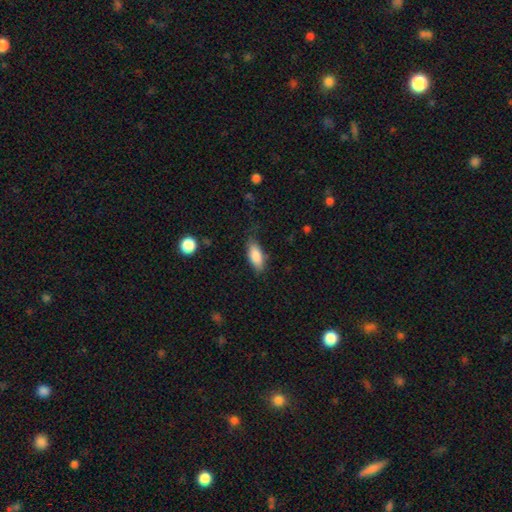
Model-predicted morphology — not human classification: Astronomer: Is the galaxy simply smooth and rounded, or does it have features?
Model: smooth — 85%.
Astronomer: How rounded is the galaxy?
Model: in between — 83%.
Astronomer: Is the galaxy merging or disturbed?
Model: none — 75%.